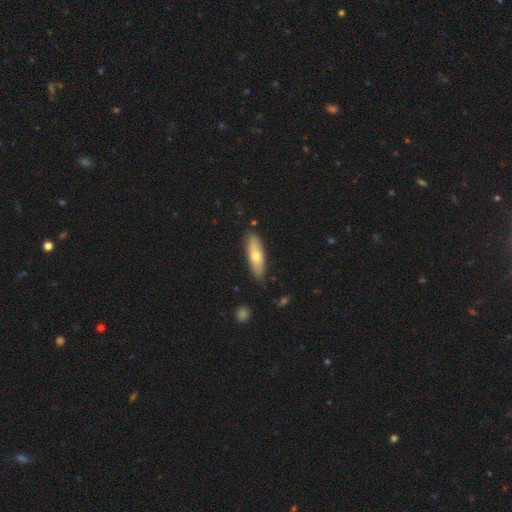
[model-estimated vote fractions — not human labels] This appears to be a smooth galaxy with no disk features (62%) that is cigar-shaped (51%). Merging: none (86%).